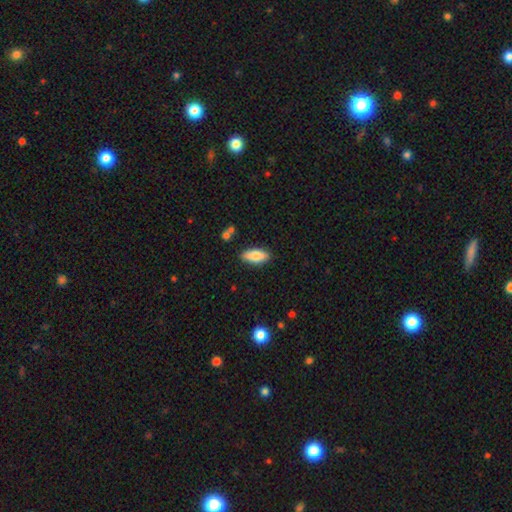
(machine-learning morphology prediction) type=smooth (77%); roundness=in between (77%); merging=none (85%).